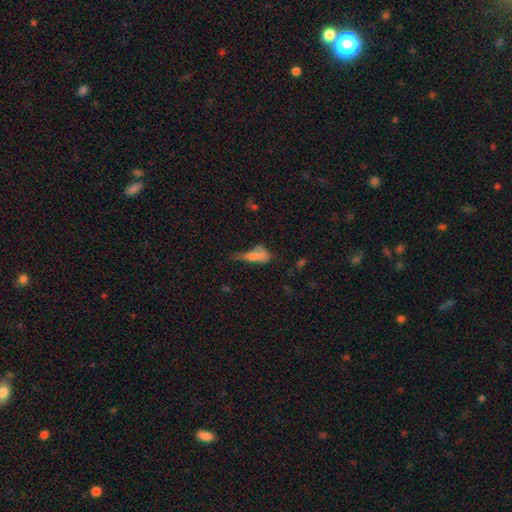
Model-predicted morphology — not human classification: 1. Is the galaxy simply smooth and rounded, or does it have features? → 67% smooth, 21% featured or disk, 12% star or artifact.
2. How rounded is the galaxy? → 65% in between, 29% cigar-shaped, 6% round.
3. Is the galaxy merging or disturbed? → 37% major disturbance, 28% minor disturbance, 22% none, 13% merger.